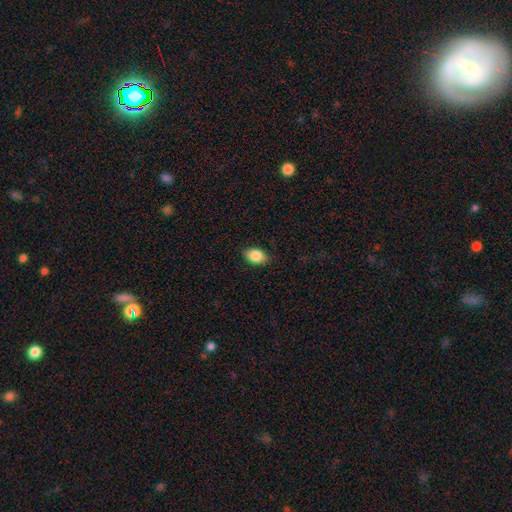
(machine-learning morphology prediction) type=smooth (86%); roundness=in between (83%); merging=none (84%).